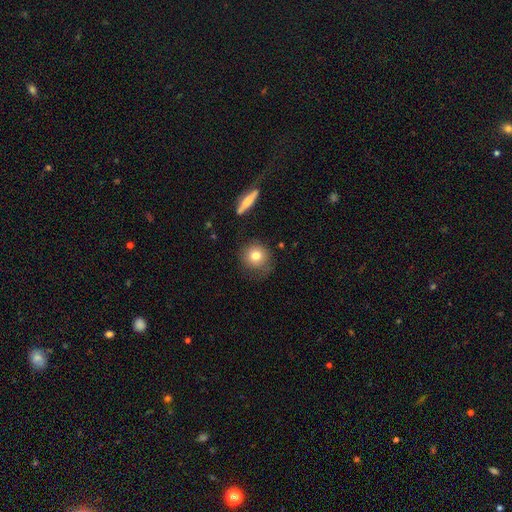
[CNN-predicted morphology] Smooth or featured: smooth — 77% (featured or disk — 13%)
How rounded: round — 90% (in between — 9%)
Merging: none — 76% (minor disturbance — 16%)